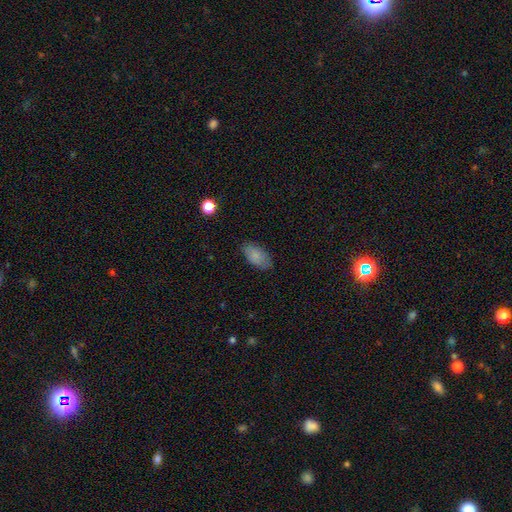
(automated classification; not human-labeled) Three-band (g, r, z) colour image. It shows a smooth galaxy with no disk features (84%) that is in between round and cigar-shaped (93%). Merging: none (81%).